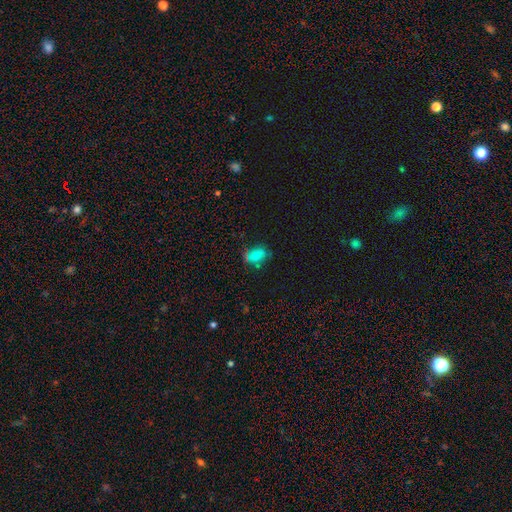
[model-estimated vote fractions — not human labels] Smooth or featured? smooth (64%)
How rounded? in between (77%)
Merging? none (55%)